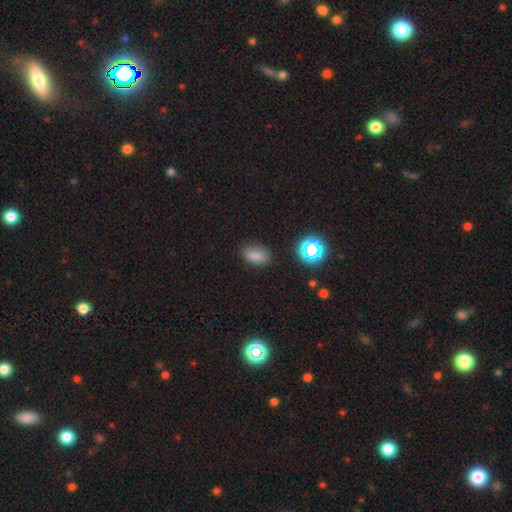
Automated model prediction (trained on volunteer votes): smooth-or-featured: smooth: 76% | star or artifact: 17% | featured or disk: 7%
  how-rounded: in between: 84% | round: 12% | cigar-shaped: 4%
  merging: none: 76% | minor disturbance: 17% | major disturbance: 4% | merger: 2%